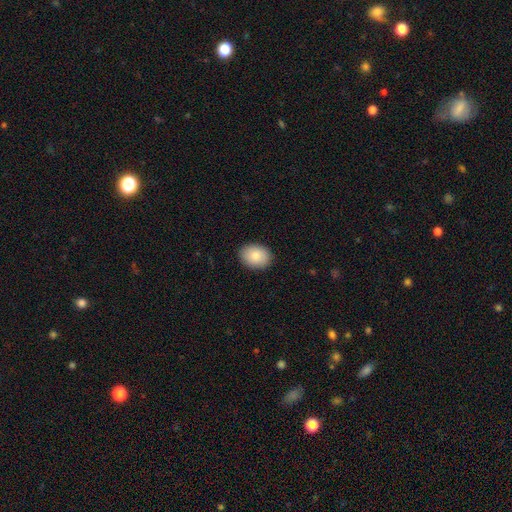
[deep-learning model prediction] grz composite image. It shows a smooth galaxy with no disk features (87%) that is in between round and cigar-shaped (67%). Merging: none (90%).